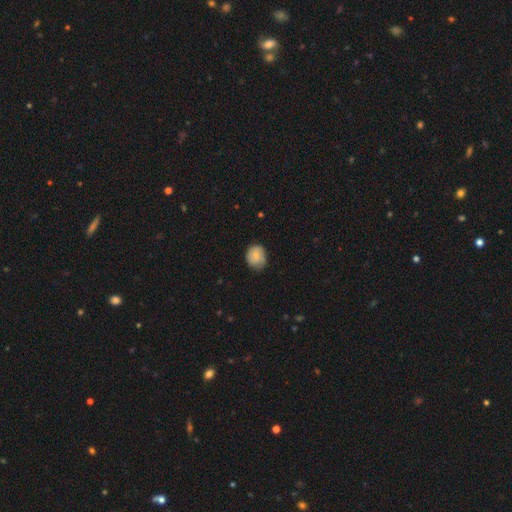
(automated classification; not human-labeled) Q: Smooth or featured?
A: smooth (66%); runner-up: featured or disk (26%)
Q: How rounded?
A: round (72%); runner-up: in between (27%)
Q: Merging?
A: none (68%); runner-up: minor disturbance (25%)